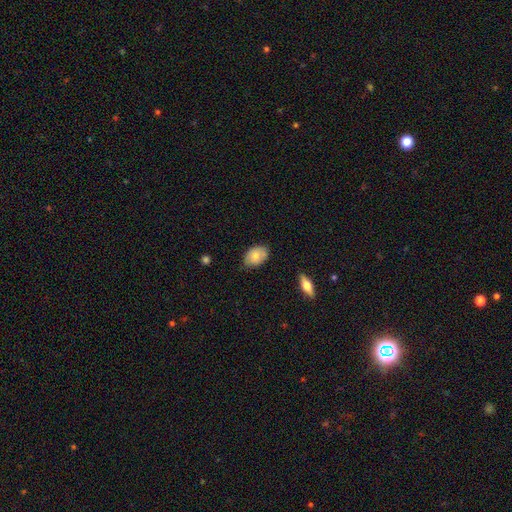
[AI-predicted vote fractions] The model was most divided on "merging": none: 70%, minor disturbance: 25%, major disturbance: 4%, merger: 2%. More confident: how rounded — in between (86%); smooth or featured — smooth (73%).